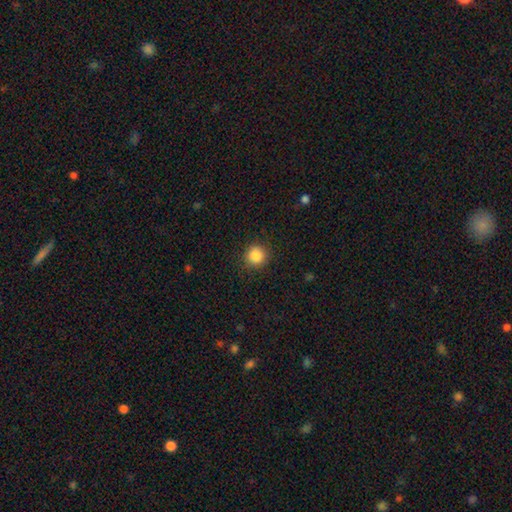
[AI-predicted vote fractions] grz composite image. It shows a smooth galaxy with no disk features (86%) that is round (94%). Merging: none (89%).